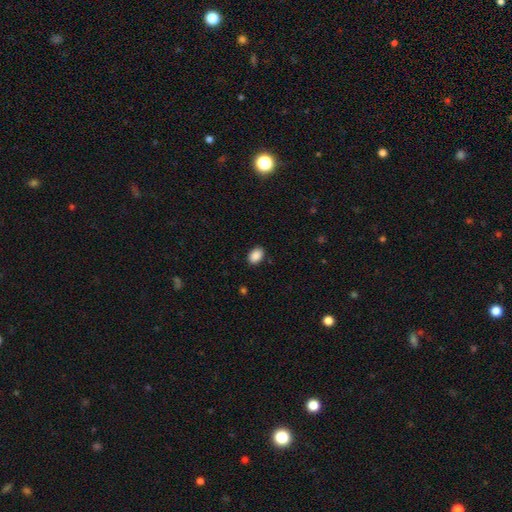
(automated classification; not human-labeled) Overall: smooth (90%). How rounded: in between (82%). Merging: none (89%).